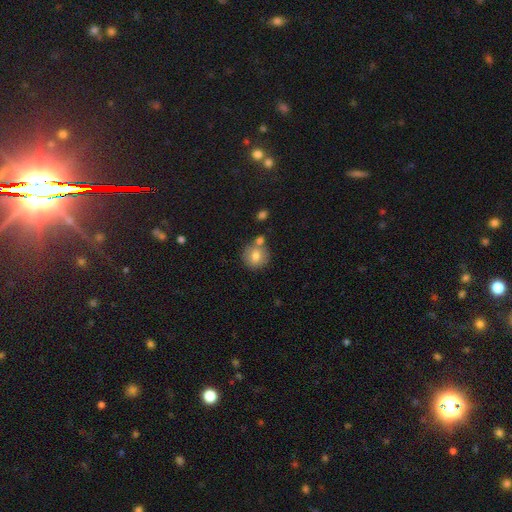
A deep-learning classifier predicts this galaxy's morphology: Overall: smooth (77%). How rounded: round (91%). Merging: none (65%).